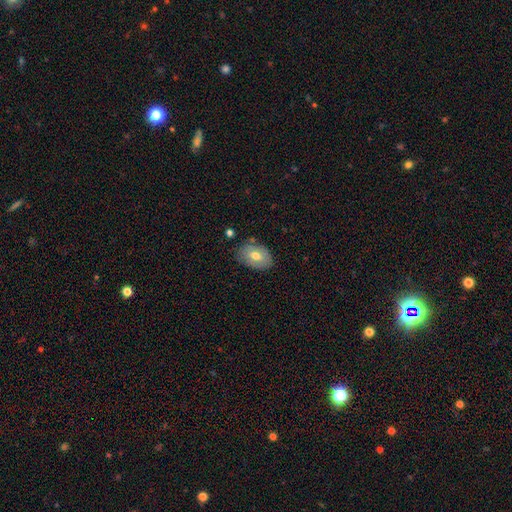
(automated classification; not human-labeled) Morphology: type=smooth (62%); roundness=in between (83%); merging=none (74%).